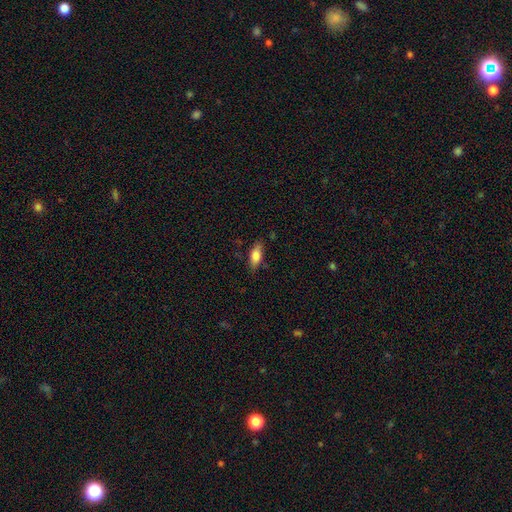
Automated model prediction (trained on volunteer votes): Morphology: type=smooth (79%); roundness=in between (76%); merging=none (79%).